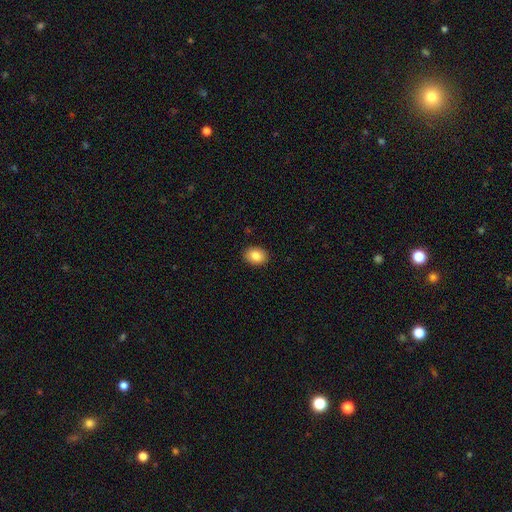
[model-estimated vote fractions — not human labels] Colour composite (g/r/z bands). It shows a smooth galaxy with no disk features (86%) that is in between round and cigar-shaped (66%). Merging: none (90%).